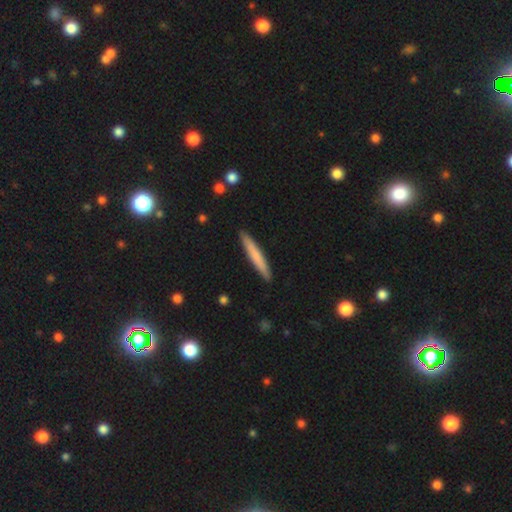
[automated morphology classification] Smooth or featured?
  - smooth: 70% *
  - featured or disk: 25%
  - star or artifact: 5%
How rounded?
  - cigar-shaped: 96% *
  - in between: 3%
  - round: 1%
Merging?
  - none: 91% *
  - minor disturbance: 7%
  - major disturbance: 1%
  - merger: 1%